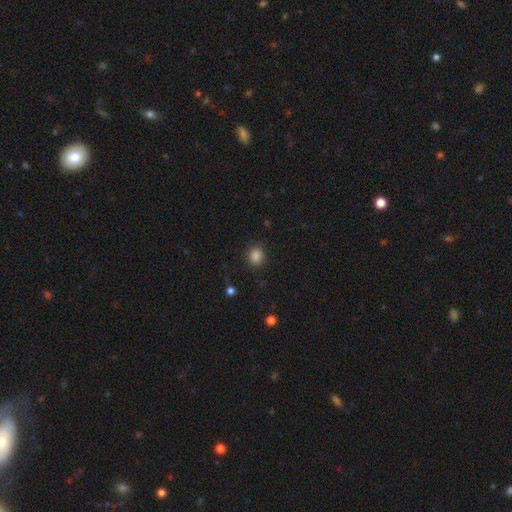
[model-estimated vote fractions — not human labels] Smooth or featured? smooth (86%)
How rounded? round (68%)
Merging? none (87%)